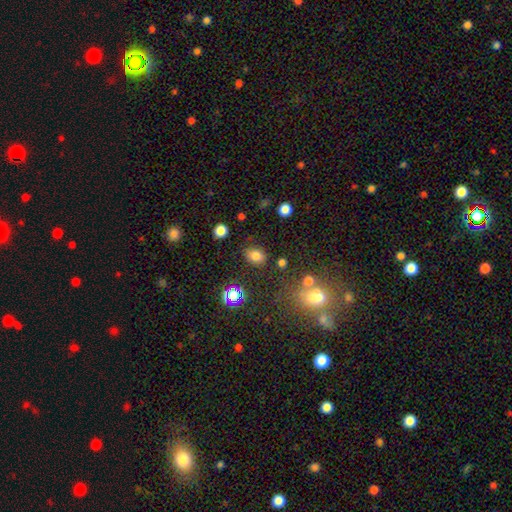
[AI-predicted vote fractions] This appears to be a smooth galaxy with no disk features (77%) that is in between round and cigar-shaped (73%). Merging: none (78%).